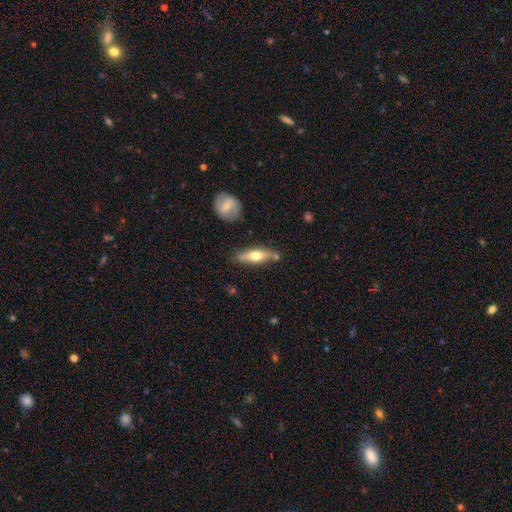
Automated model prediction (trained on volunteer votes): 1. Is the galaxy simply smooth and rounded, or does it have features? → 57% smooth, 38% featured or disk, 6% star or artifact.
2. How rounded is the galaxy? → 57% cigar-shaped, 41% in between, 3% round.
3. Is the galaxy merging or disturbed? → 74% none, 15% minor disturbance, 7% merger, 3% major disturbance.